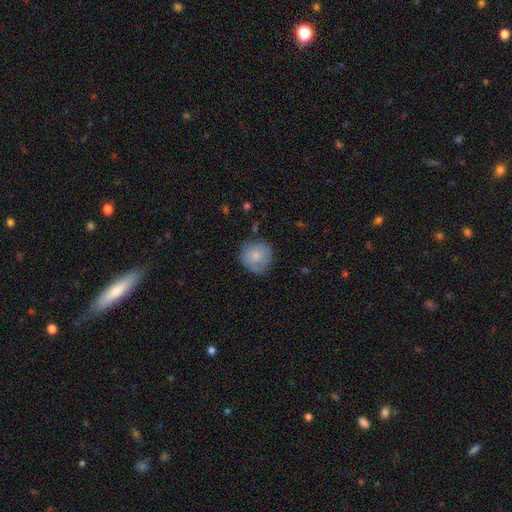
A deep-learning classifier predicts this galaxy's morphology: Smooth or featured? Predicted: smooth (p=0.75). How rounded? Predicted: round (p=0.89). Merging? Predicted: none (p=0.72).